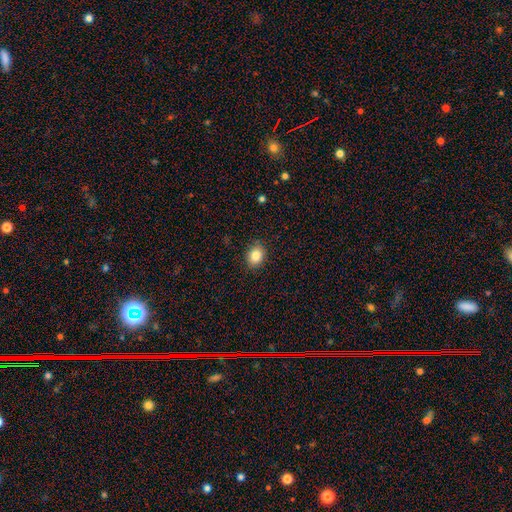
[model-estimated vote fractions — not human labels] Smooth or featured? smooth (84%)
How rounded? in between (56%)
Merging? none (88%)